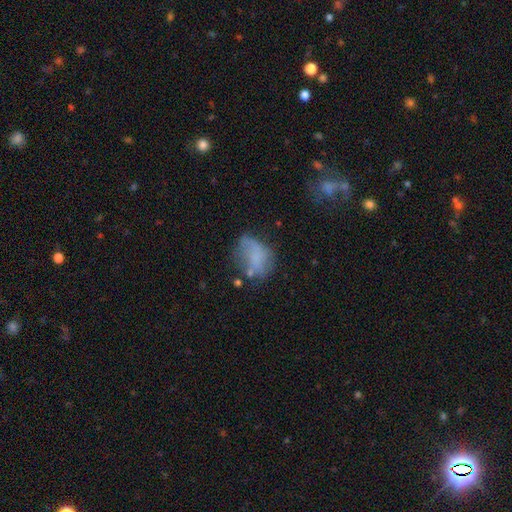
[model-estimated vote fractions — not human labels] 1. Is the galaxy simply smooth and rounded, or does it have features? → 54% smooth, 33% featured or disk, 13% star or artifact.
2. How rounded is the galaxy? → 74% in between, 24% round, 2% cigar-shaped.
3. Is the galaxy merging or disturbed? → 37% none, 28% minor disturbance, 26% major disturbance, 8% merger.